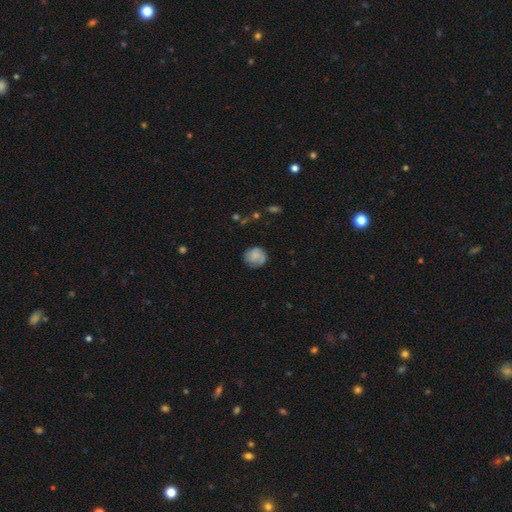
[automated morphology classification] Overall: smooth (67%). How rounded: round (81%). Merging: none (69%).